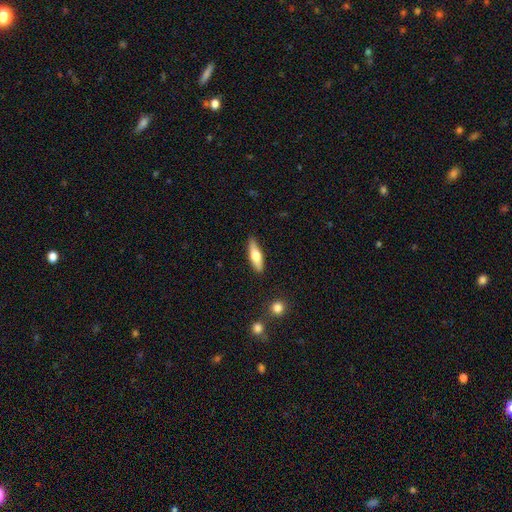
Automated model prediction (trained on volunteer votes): The model was most divided on "how rounded": cigar-shaped: 59%, in between: 39%, round: 2%. More confident: merging — none (86%); smooth or featured — smooth (60%).